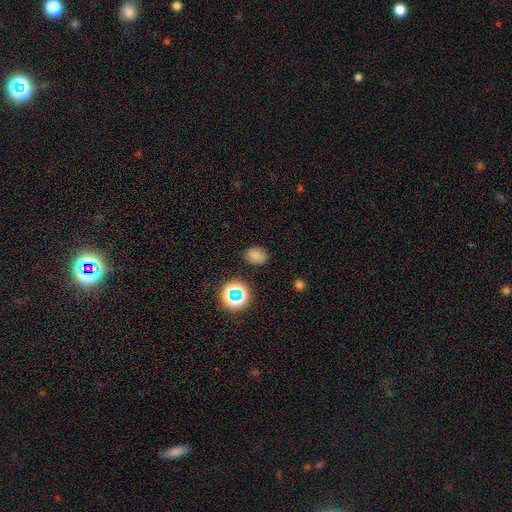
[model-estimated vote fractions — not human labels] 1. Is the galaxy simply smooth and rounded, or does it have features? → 74% smooth, 20% star or artifact, 6% featured or disk.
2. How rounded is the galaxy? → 63% in between, 36% round, 1% cigar-shaped.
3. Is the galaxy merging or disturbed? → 80% none, 13% minor disturbance, 4% major disturbance, 2% merger.